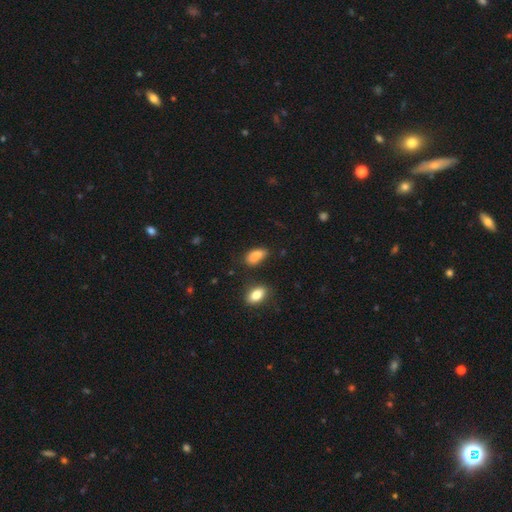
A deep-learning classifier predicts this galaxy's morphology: Q: Smooth or featured?
A: smooth (79%); runner-up: featured or disk (11%)
Q: How rounded?
A: in between (87%); runner-up: round (7%)
Q: Merging?
A: none (47%); runner-up: minor disturbance (24%)